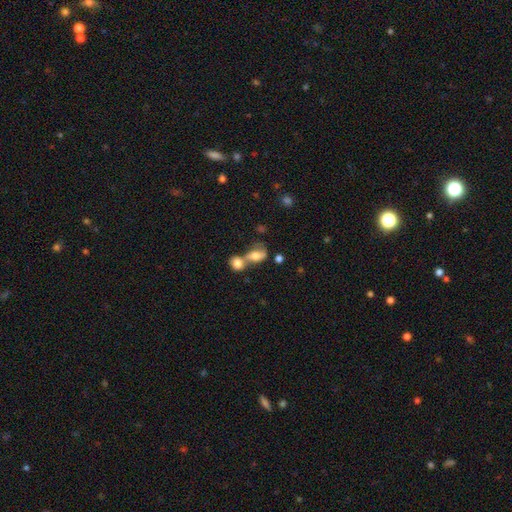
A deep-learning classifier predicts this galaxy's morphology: Smooth or featured?
  - smooth: 65% *
  - featured or disk: 25%
  - star or artifact: 11%
How rounded?
  - in between: 66% *
  - round: 31%
  - cigar-shaped: 3%
Merging?
  - merger: 66% *
  - none: 18%
  - minor disturbance: 9%
  - major disturbance: 7%